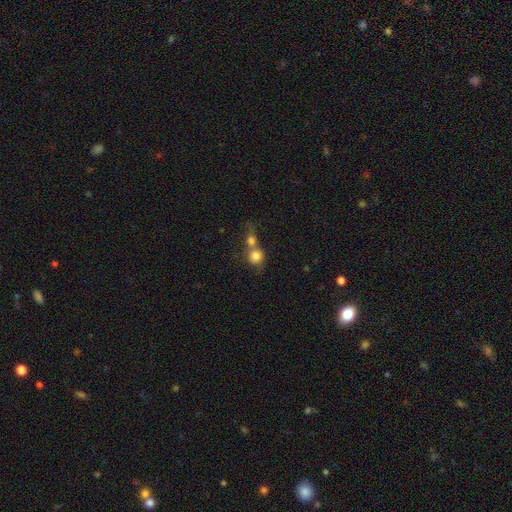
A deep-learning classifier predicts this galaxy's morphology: This is likely a smooth galaxy (79%). How rounded: clearly round (85%). Merging: possibly merger (58%).